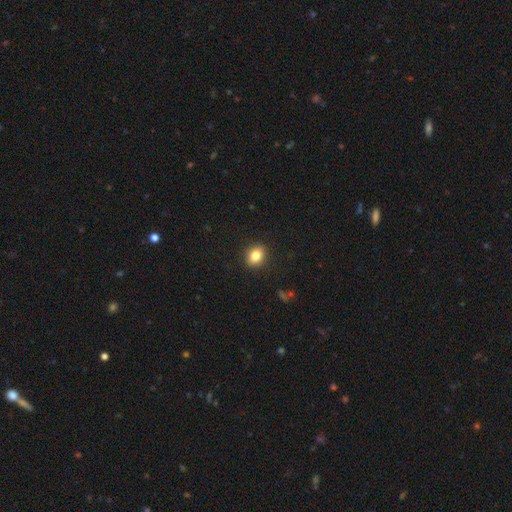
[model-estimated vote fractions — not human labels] A smooth galaxy with no disk features (82%) that is in between round and cigar-shaped (50%).

Vote fractions:
- Smooth or featured? smooth: 82% / star or artifact: 10% / featured or disk: 8%
- How rounded? in between: 50% / round: 49% / cigar-shaped: 1%
- Merging? none: 90% / minor disturbance: 7% / major disturbance: 2% / merger: 1%